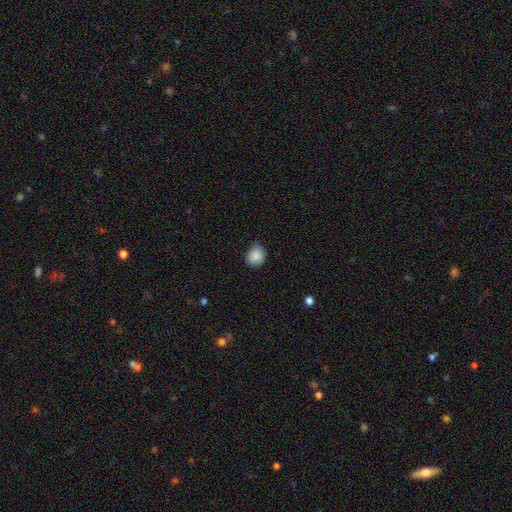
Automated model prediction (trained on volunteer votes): A smooth galaxy with no disk features (87%) that is round (68%).

Vote fractions:
- Smooth or featured? smooth: 87% / star or artifact: 9% / featured or disk: 4%
- How rounded? round: 68% / in between: 31% / cigar-shaped: 1%
- Merging? none: 74% / minor disturbance: 22% / major disturbance: 3% / merger: 1%